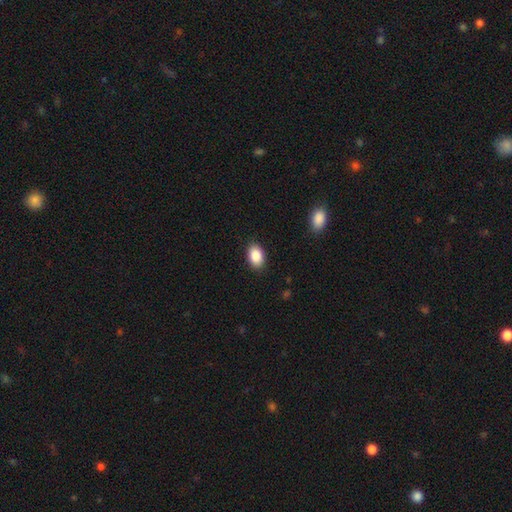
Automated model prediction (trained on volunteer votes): Smooth or featured: smooth — 88% (star or artifact — 7%)
How rounded: in between — 85% (round — 13%)
Merging: none — 88% (minor disturbance — 9%)